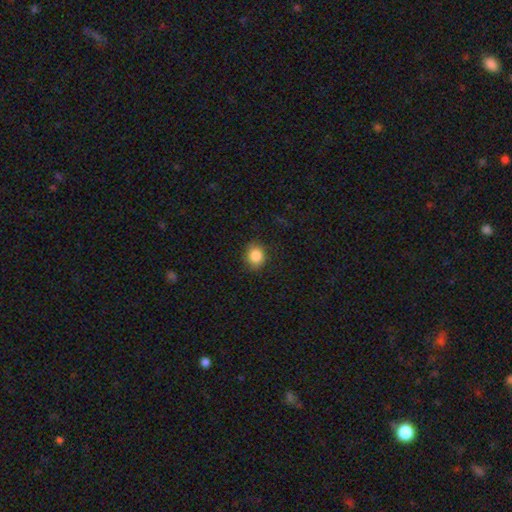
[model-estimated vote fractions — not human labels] Q: Smooth or featured?
A: smooth (86%); runner-up: star or artifact (10%)
Q: How rounded?
A: round (74%); runner-up: in between (25%)
Q: Merging?
A: none (85%); runner-up: minor disturbance (11%)